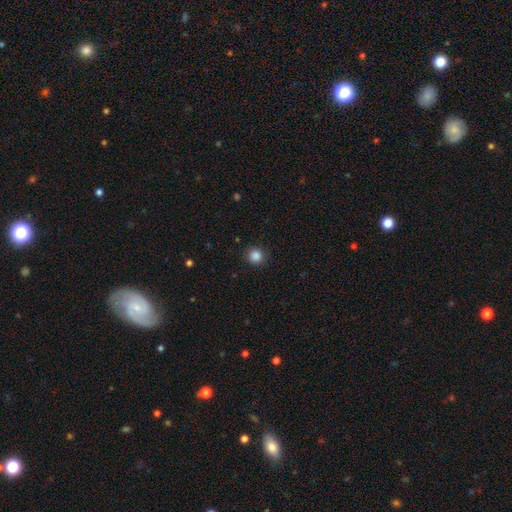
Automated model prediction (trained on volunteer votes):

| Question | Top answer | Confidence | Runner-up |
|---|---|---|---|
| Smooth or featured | smooth | 86% | star or artifact (11%) |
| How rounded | round | 93% | in between (6%) |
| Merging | none | 90% | minor disturbance (7%) |